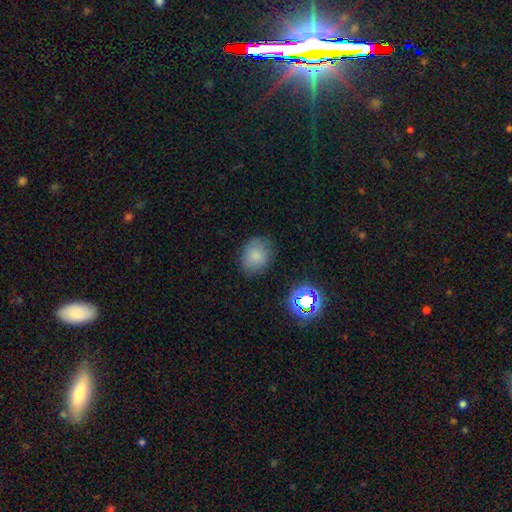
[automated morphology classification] smooth-or-featured: smooth: 79% | star or artifact: 13% | featured or disk: 8%
  how-rounded: round: 55% | in between: 44% | cigar-shaped: 1%
  merging: none: 77% | minor disturbance: 17% | major disturbance: 5% | merger: 2%